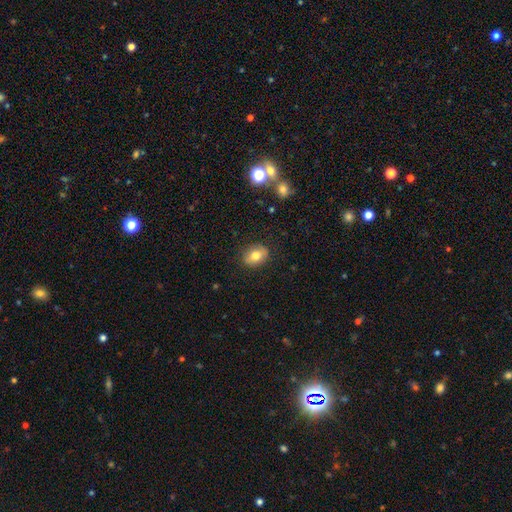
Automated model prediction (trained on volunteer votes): This is likely a smooth galaxy (73%). How rounded: likely in between (65%). Merging: clearly none (83%).